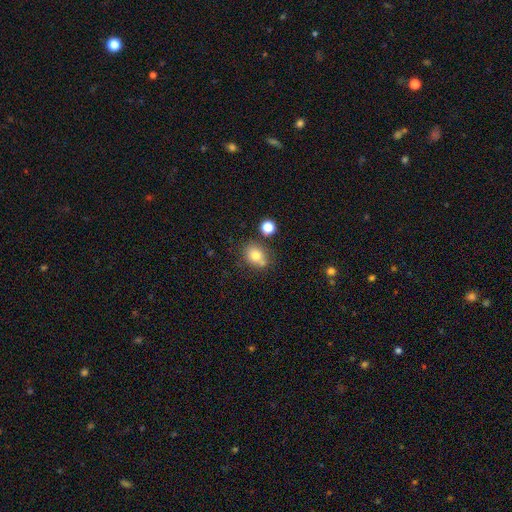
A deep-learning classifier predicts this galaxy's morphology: Smooth or featured? smooth (76%)
How rounded? round (56%)
Merging? none (62%)